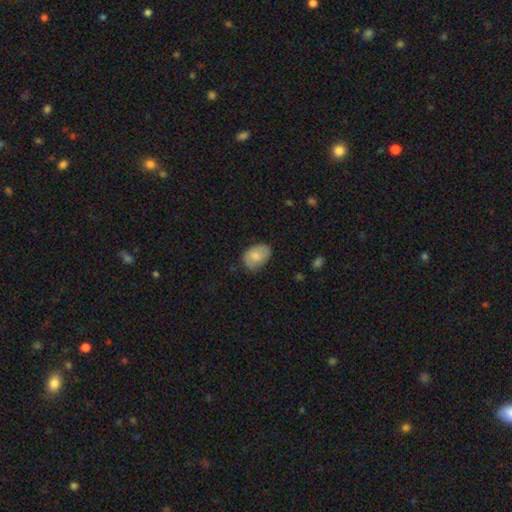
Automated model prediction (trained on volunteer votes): Q: Smooth or featured?
A: smooth (79%); runner-up: featured or disk (14%)
Q: How rounded?
A: in between (83%); runner-up: round (16%)
Q: Merging?
A: none (67%); runner-up: minor disturbance (26%)